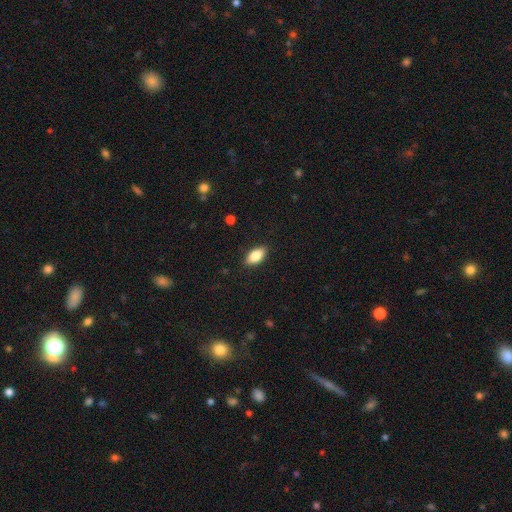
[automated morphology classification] This is clearly a smooth galaxy (81%). How rounded: clearly in between (89%). Merging: clearly none (88%).